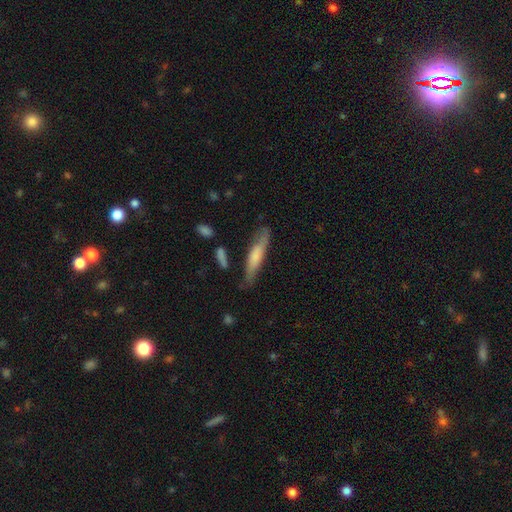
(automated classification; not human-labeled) smooth_or_featured: smooth (p=0.57) [alt: featured or disk p=0.37]
how_rounded: cigar-shaped (p=0.83) [alt: in between p=0.16]
merging: none (p=0.68) [alt: minor disturbance p=0.22]